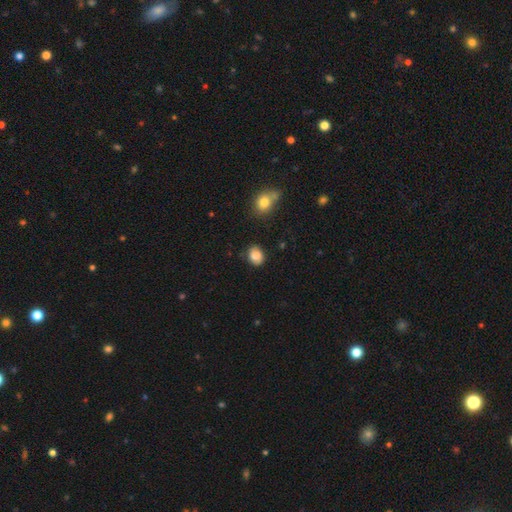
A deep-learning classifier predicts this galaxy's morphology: Smooth or featured: smooth — 80% (featured or disk — 11%)
How rounded: in between — 50% (round — 49%)
Merging: none — 78% (minor disturbance — 17%)